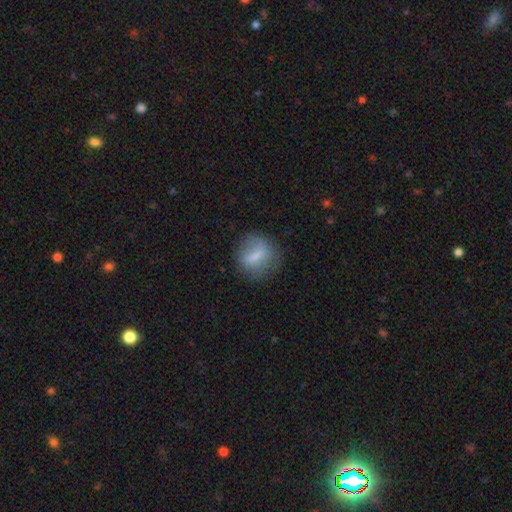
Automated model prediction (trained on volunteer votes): Q: Smooth or featured?
A: smooth (60%); runner-up: featured or disk (31%)
Q: How rounded?
A: round (72%); runner-up: in between (24%)
Q: Merging?
A: none (70%); runner-up: minor disturbance (18%)